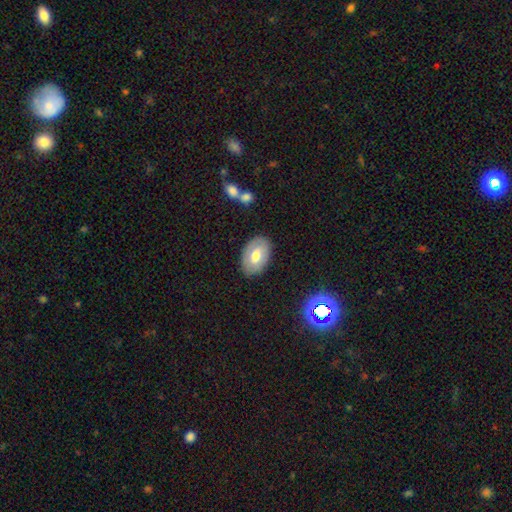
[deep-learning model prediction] smooth_or_featured: smooth (p=0.60) [alt: featured or disk p=0.34]
how_rounded: in between (p=0.89) [alt: round p=0.10]
merging: none (p=0.82) [alt: minor disturbance p=0.13]